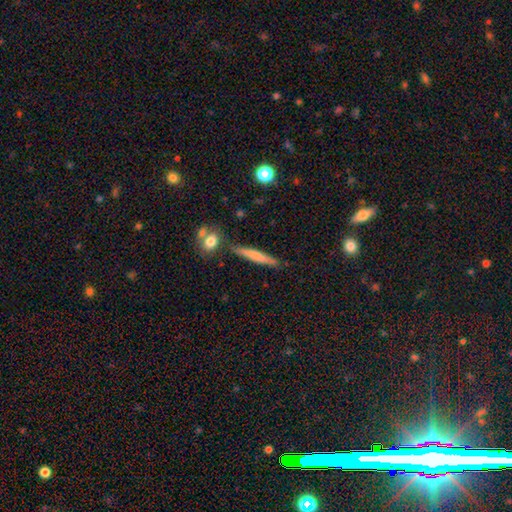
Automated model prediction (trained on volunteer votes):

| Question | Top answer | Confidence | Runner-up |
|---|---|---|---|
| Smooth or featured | smooth | 67% | featured or disk (27%) |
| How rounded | cigar-shaped | 93% | in between (5%) |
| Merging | none | 81% | minor disturbance (11%) |